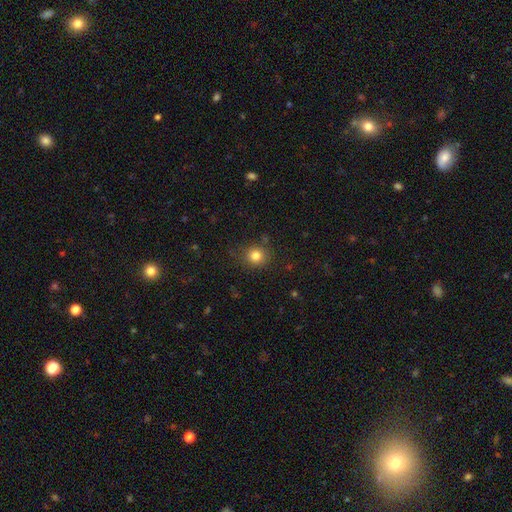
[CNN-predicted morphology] smooth-or-featured: smooth: 81% | star or artifact: 13% | featured or disk: 6%
  how-rounded: round: 88% | in between: 11% | cigar-shaped: 1%
  merging: none: 83% | minor disturbance: 11% | major disturbance: 4% | merger: 2%